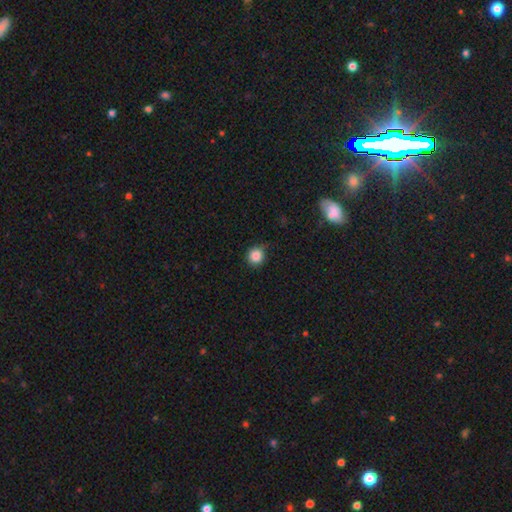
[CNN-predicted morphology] Smooth or featured: smooth — 85% (star or artifact — 11%)
How rounded: round — 92% (in between — 7%)
Merging: none — 75% (minor disturbance — 20%)